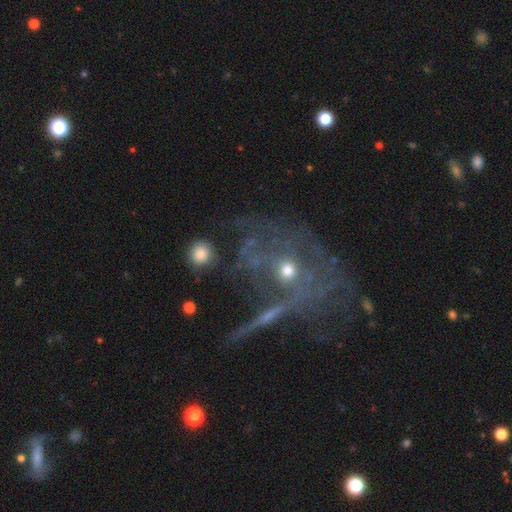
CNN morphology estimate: featured or disk 64%, smooth 18%, star or artifact 17%. Down the decision tree: edge-on disk — no (86%); bar — no (82%); spiral arms — no (52%); bulge size — small (51%); merging — none (49%).